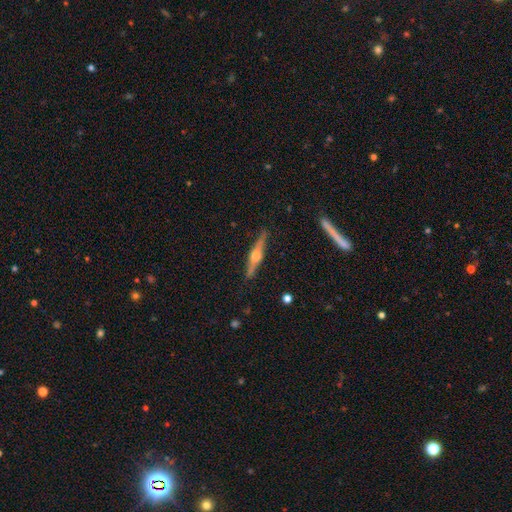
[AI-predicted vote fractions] Overall: featured or disk (76%). Edge-on disk: yes (98%). Edge-on bulge: rounded (89%). Merging: none (89%).